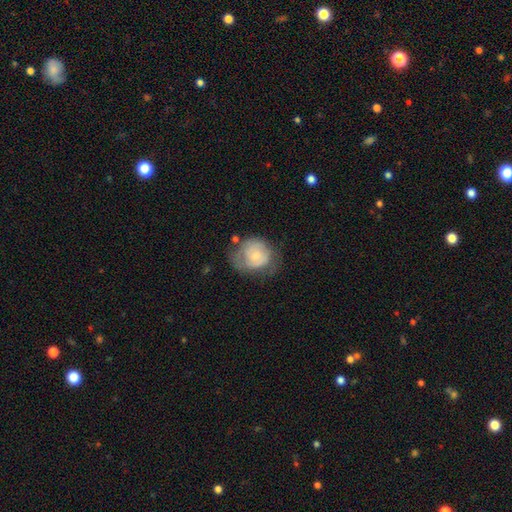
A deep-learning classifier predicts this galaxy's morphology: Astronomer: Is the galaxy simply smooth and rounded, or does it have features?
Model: smooth — 51% (runner-up: featured or disk, 42%).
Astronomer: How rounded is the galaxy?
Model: round — 72%.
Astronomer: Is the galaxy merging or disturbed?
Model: none — 43% (runner-up: minor disturbance, 32%).